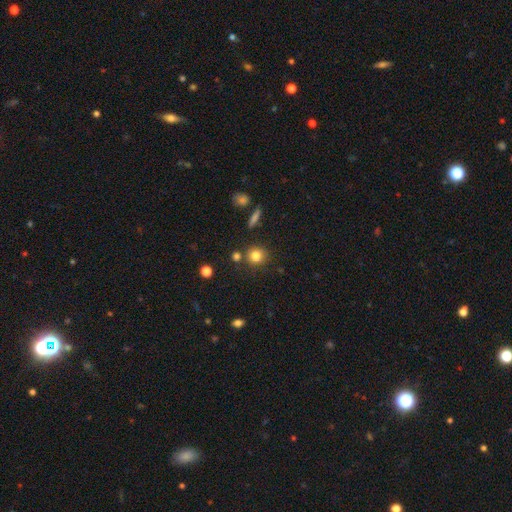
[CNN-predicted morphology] Smooth or featured? smooth (80%)
How rounded? round (89%)
Merging? none (79%)